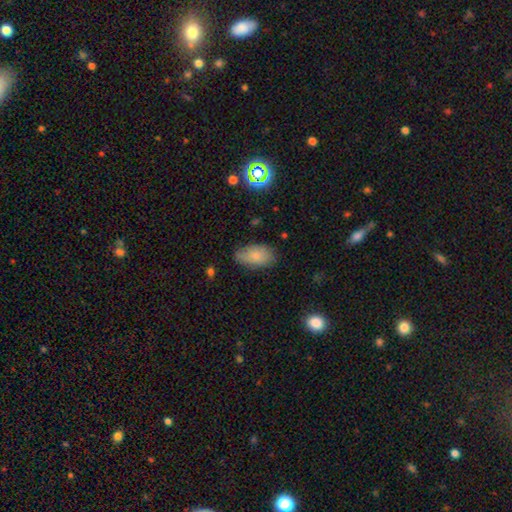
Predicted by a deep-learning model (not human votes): A smooth galaxy with no disk features (79%) that is in between round and cigar-shaped (93%). Merging: none (73%).